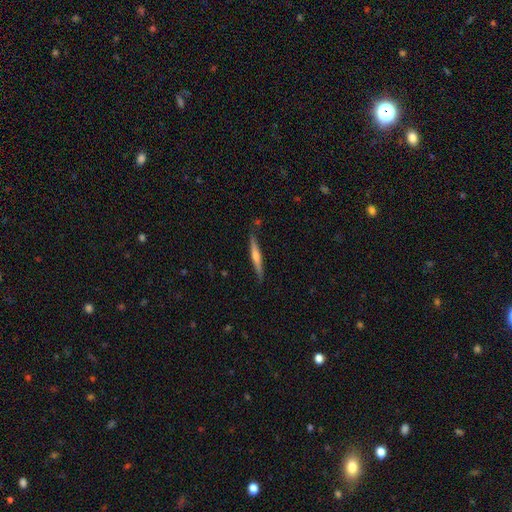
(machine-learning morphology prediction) type=featured or disk (63%); edge-on=yes (97%); edge-on bulge=rounded (73%); merging=none (87%).